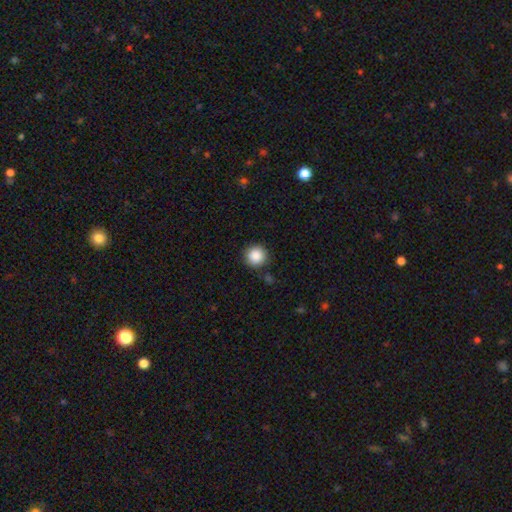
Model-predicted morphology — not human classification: The model was most divided on "smooth or featured": smooth: 88%, star or artifact: 9%, featured or disk: 3%. More confident: how rounded — round (95%); merging — none (88%).